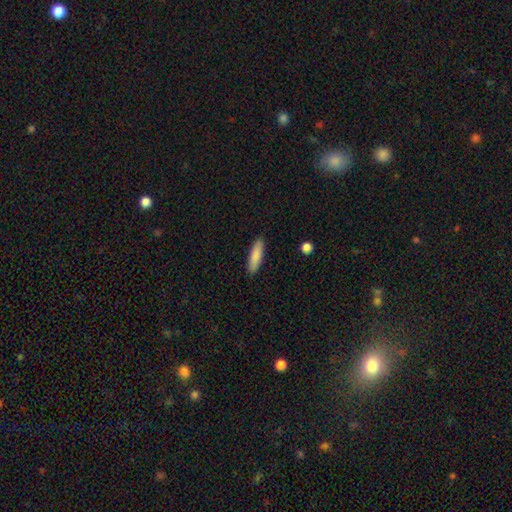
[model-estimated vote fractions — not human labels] smooth-or-featured: smooth: 86% | featured or disk: 8% | star or artifact: 6%
  how-rounded: cigar-shaped: 64% | in between: 34% | round: 1%
  merging: none: 89% | minor disturbance: 8% | major disturbance: 2% | merger: 1%